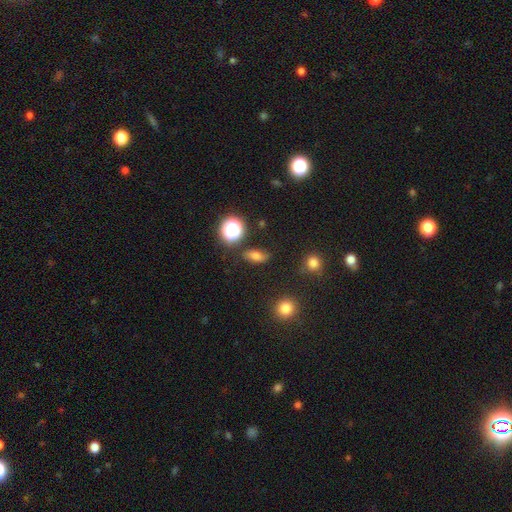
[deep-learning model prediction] The model was most divided on "smooth or featured": smooth: 66%, star or artifact: 19%, featured or disk: 15%. More confident: merging — none (77%); how rounded — in between (73%).